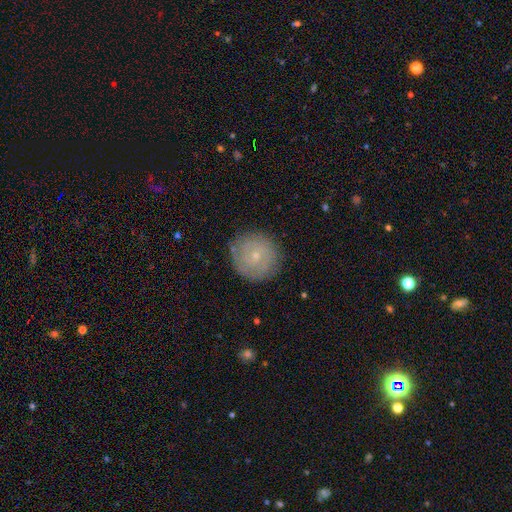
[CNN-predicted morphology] smooth_or_featured: featured or disk (p=0.54) [alt: smooth p=0.38]
disk_edge_on: no (p=0.97) [alt: yes p=0.03]
bar: no (p=0.78) [alt: weak p=0.19]
has_spiral_arms: yes (p=0.77) [alt: no p=0.23]
bulge_size: small (p=0.81) [alt: moderate p=0.15]
merging: none (p=0.84) [alt: minor disturbance p=0.12]